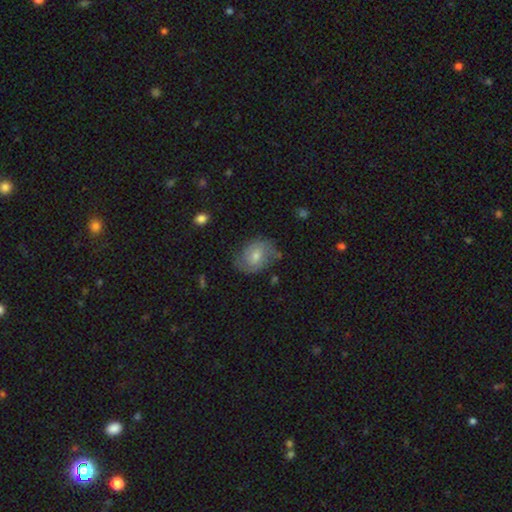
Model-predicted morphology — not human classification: smooth-or-featured: featured or disk: 59% | smooth: 32% | star or artifact: 9%
  disk-edge-on: no: 97% | yes: 3%
    bar: no: 51% | weak: 41% | strong: 8%
    has-spiral-arms: yes: 85% | no: 15%
    bulge-size: moderate: 56% | small: 36% | large: 4% | none: 3% | dominant: 1%
  merging: none: 69% | minor disturbance: 21% | major disturbance: 8% | merger: 2%